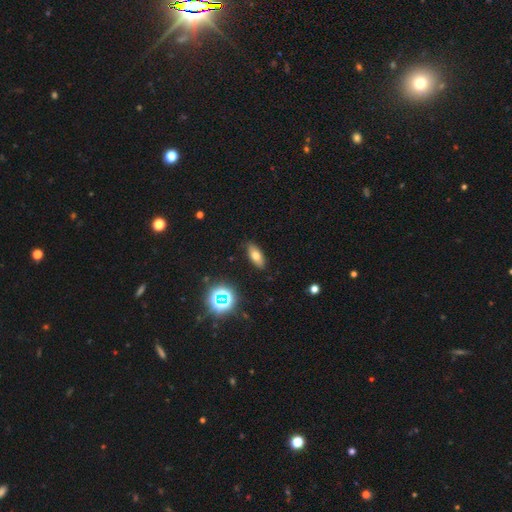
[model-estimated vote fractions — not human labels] Morphology: type=smooth (67%); roundness=in between (75%); merging=none (87%).